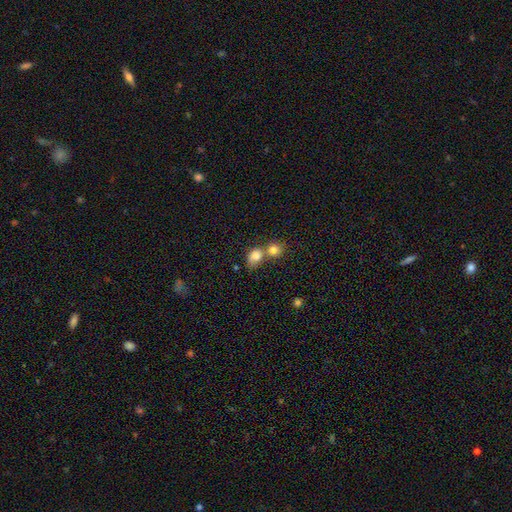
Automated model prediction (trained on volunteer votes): Smooth or featured?
  - smooth: 80% *
  - featured or disk: 10%
  - star or artifact: 10%
How rounded?
  - round: 50% *
  - in between: 48%
  - cigar-shaped: 1%
Merging?
  - merger: 58% *
  - none: 28%
  - minor disturbance: 9%
  - major disturbance: 5%